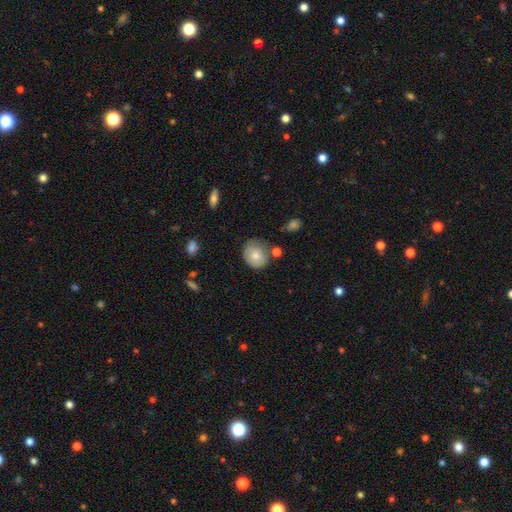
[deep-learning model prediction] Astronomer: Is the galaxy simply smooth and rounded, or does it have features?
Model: smooth — 73%.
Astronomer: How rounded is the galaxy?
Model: round — 66%.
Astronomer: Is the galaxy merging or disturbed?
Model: none — 63%.